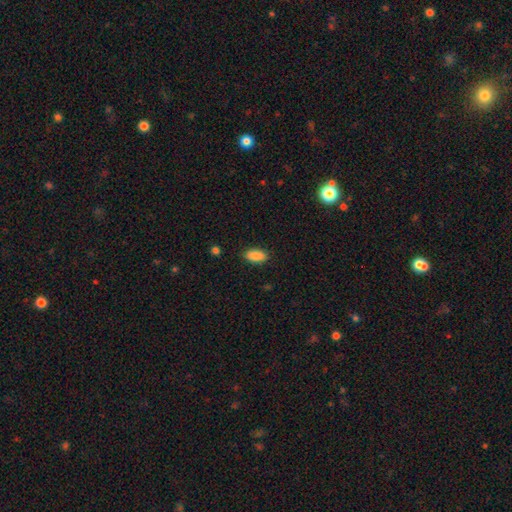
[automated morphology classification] Smooth or featured? Predicted: smooth (p=0.88). How rounded? Predicted: in between (p=0.90). Merging? Predicted: none (p=0.88).